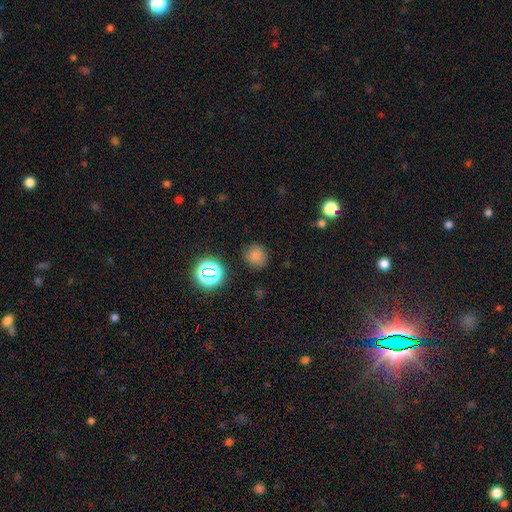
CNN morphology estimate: A smooth galaxy with no disk features (75%) that is round (90%).

Vote fractions:
- Smooth or featured? smooth: 75% / star or artifact: 20% / featured or disk: 6%
- How rounded? round: 90% / in between: 9% / cigar-shaped: 1%
- Merging? none: 85% / minor disturbance: 10% / major disturbance: 3% / merger: 2%